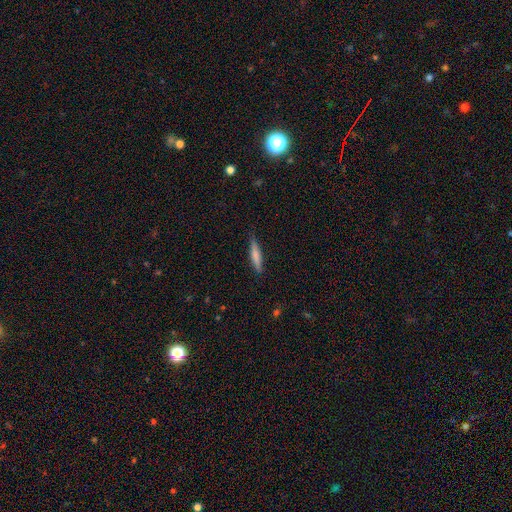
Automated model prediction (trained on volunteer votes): A smooth galaxy with no disk features (68%) that is cigar-shaped (89%). Merging: none (85%).